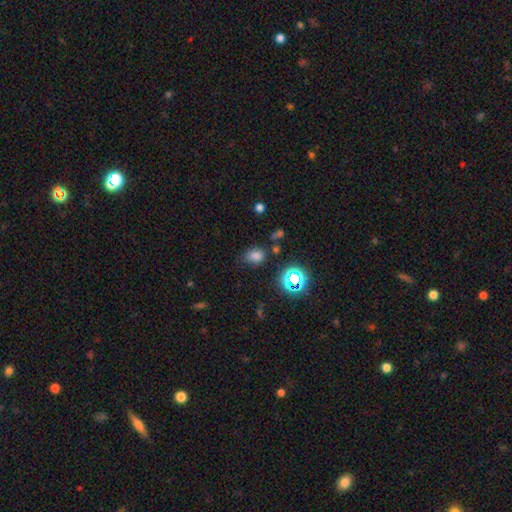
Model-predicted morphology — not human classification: This appears to be a smooth galaxy with no disk features (71%) that is in between round and cigar-shaped (68%). Merging: none (71%).